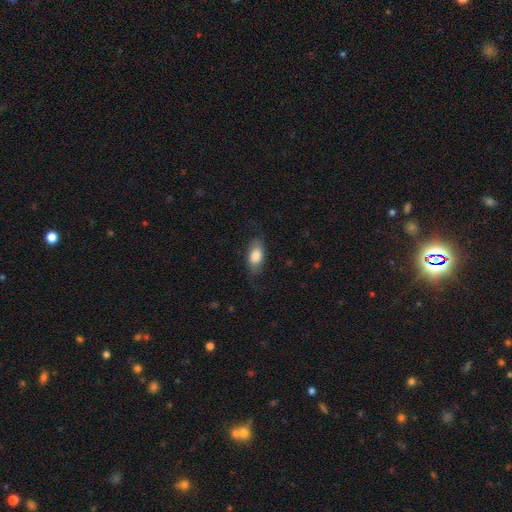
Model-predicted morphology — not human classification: type=smooth (79%); roundness=in between (88%); merging=none (72%).